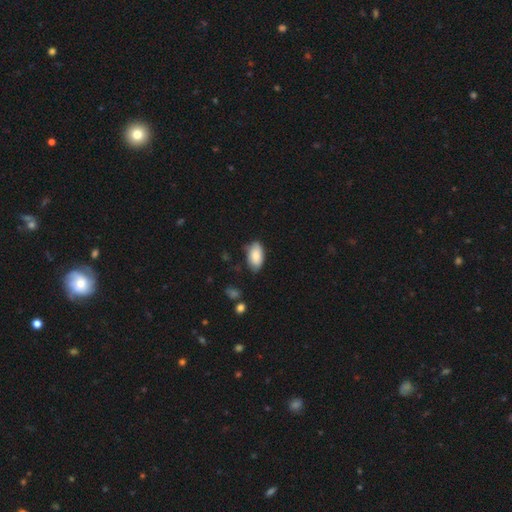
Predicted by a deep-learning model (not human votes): Overall: smooth (82%). How rounded: in between (94%). Merging: none (68%).